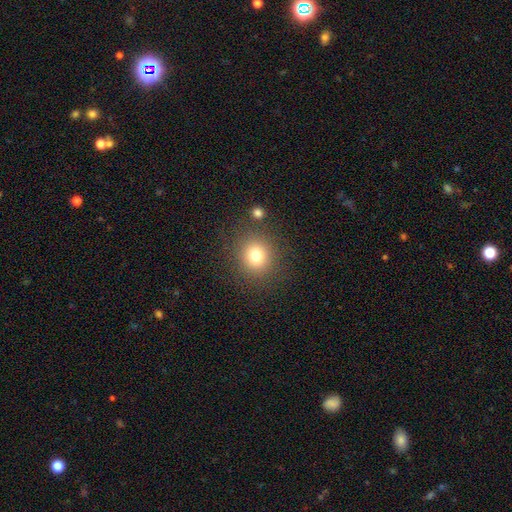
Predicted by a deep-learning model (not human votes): Smooth or featured?
  - smooth: 77% *
  - star or artifact: 14%
  - featured or disk: 9%
How rounded?
  - round: 87% *
  - in between: 12%
  - cigar-shaped: 1%
Merging?
  - none: 84% *
  - minor disturbance: 8%
  - major disturbance: 4%
  - merger: 4%